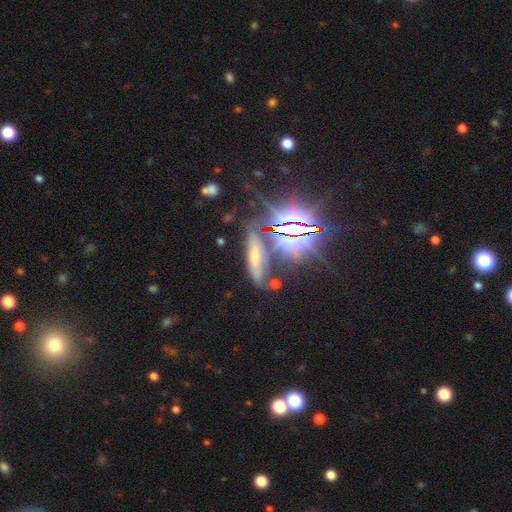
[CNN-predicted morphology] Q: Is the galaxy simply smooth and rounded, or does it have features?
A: star or artifact — 44%.